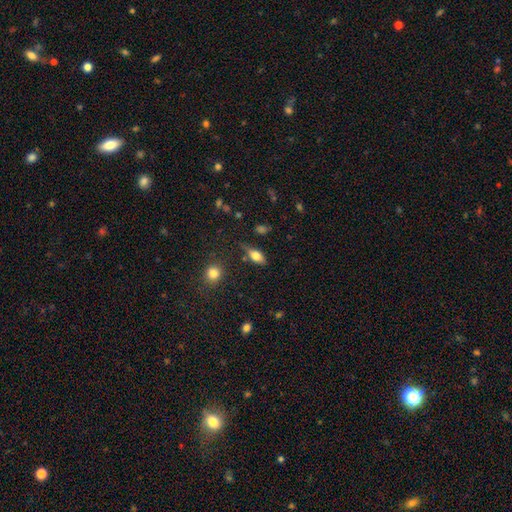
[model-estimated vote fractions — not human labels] A smooth galaxy with no disk features (72%) that is in between round and cigar-shaped (83%).

Vote fractions:
- Smooth or featured? smooth: 72% / featured or disk: 19% / star or artifact: 9%
- How rounded? in between: 83% / cigar-shaped: 12% / round: 5%
- Merging? none: 65% / minor disturbance: 23% / major disturbance: 7% / merger: 5%